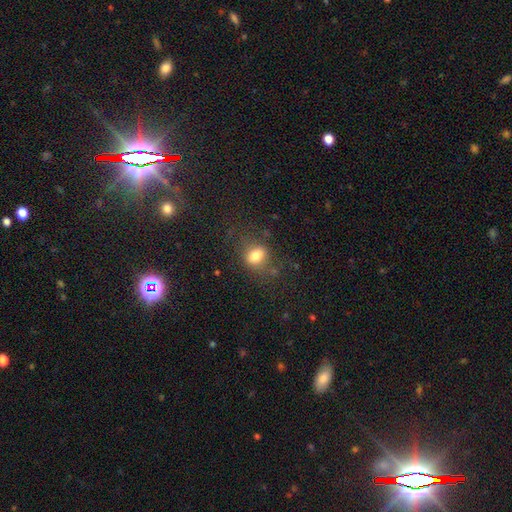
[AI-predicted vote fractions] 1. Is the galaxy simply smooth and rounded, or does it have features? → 77% smooth, 13% star or artifact, 11% featured or disk.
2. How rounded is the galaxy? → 58% in between, 41% round, 2% cigar-shaped.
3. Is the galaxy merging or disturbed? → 69% none, 19% minor disturbance, 9% major disturbance, 3% merger.